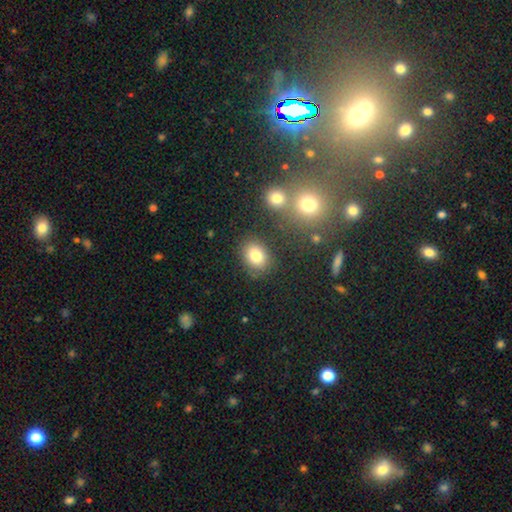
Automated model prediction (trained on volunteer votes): smooth 80%, star or artifact 11%, featured or disk 9%. Down the decision tree: how rounded — in between (54%); merging — none (80%).